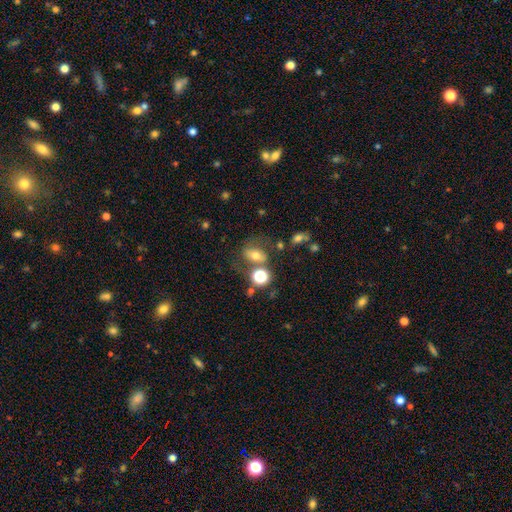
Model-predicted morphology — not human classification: smooth-or-featured: smooth: 61% | featured or disk: 24% | star or artifact: 15%
  how-rounded: in between: 65% | round: 32% | cigar-shaped: 2%
  merging: none: 53% | merger: 18% | minor disturbance: 17% | major disturbance: 12%